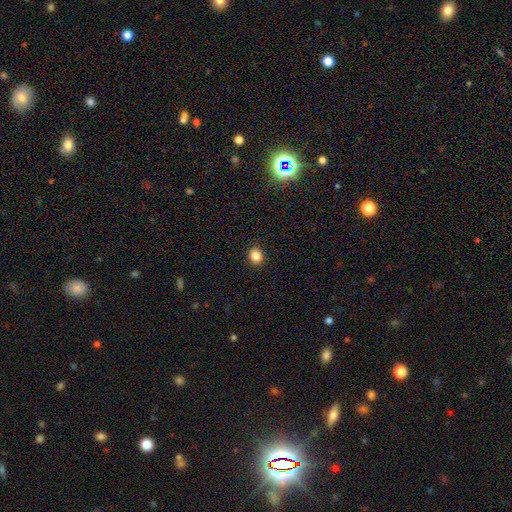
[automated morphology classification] The model was most divided on "how rounded": round: 67%, in between: 32%, cigar-shaped: 1%. More confident: merging — none (91%); smooth or featured — smooth (85%).